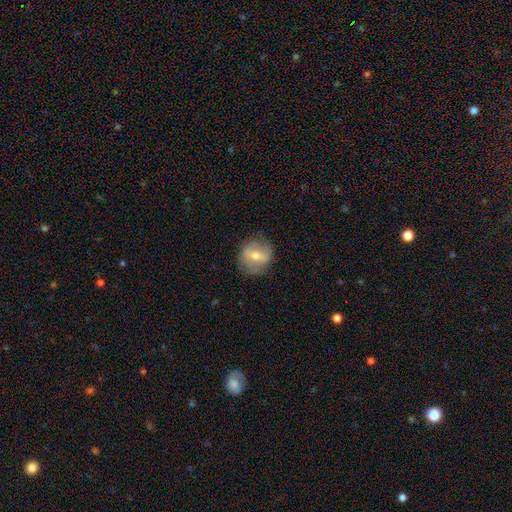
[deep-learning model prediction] smooth_or_featured: featured or disk (p=0.49) [alt: smooth p=0.43]
merging: none (p=0.77) [alt: minor disturbance p=0.16]